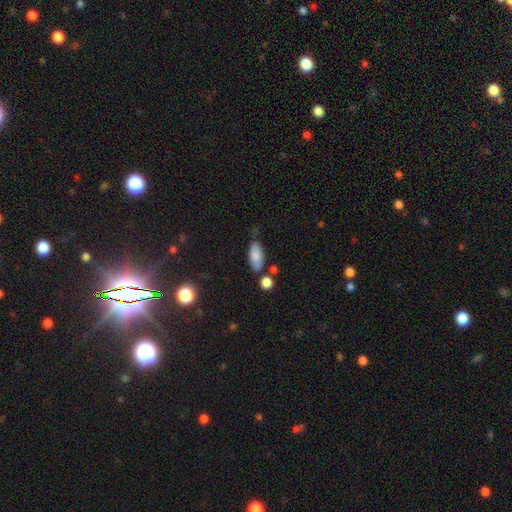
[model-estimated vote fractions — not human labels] Morphology: type=smooth (83%); roundness=in between (88%); merging=none (63%).